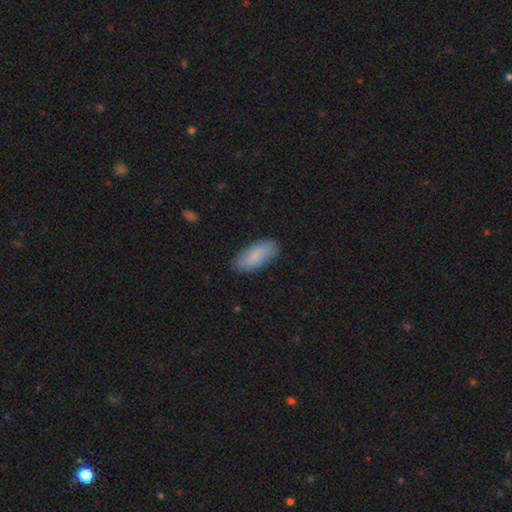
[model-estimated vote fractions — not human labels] smooth 78%, featured or disk 16%, star or artifact 6%. Down the decision tree: how rounded — in between (88%); merging — none (82%).